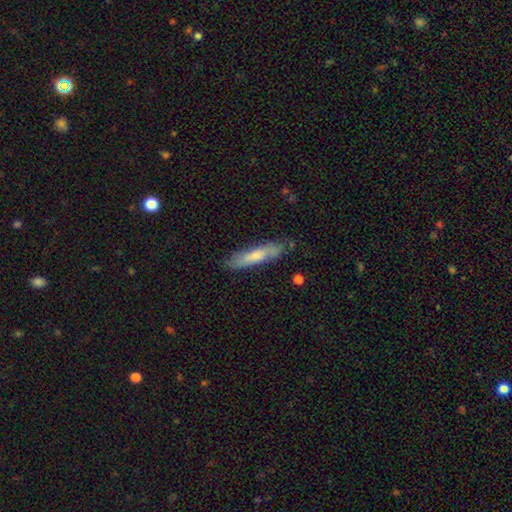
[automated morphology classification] Overall: smooth (67%; featured or disk 27%). How rounded: cigar-shaped (82%). Merging: none (77%).